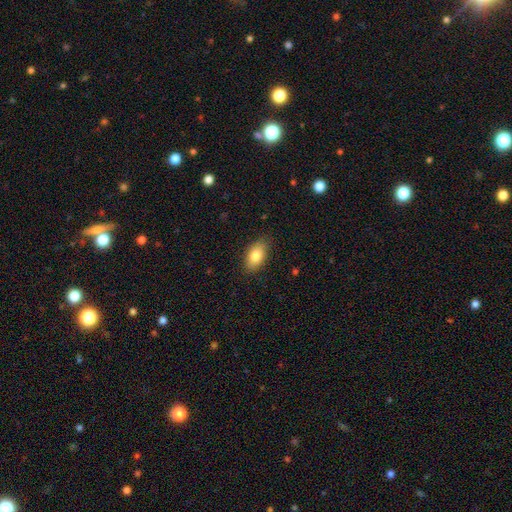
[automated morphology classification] smooth 82%, featured or disk 11%, star or artifact 7%. Down the decision tree: how rounded — in between (91%); merging — none (84%).